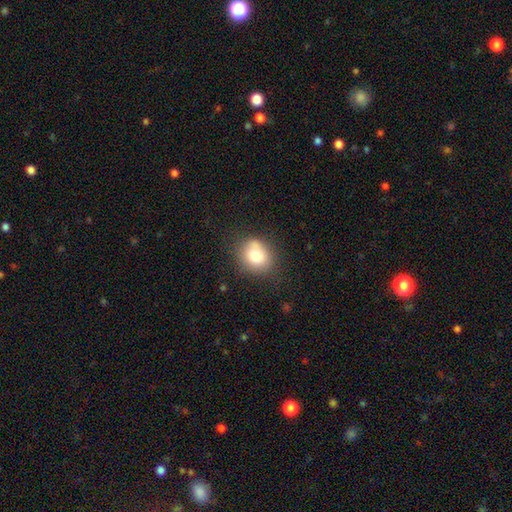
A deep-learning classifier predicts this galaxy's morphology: smooth_or_featured: smooth (p=0.78) [alt: featured or disk p=0.12]
how_rounded: round (p=0.65) [alt: in between p=0.34]
merging: none (p=0.70) [alt: minor disturbance p=0.19]